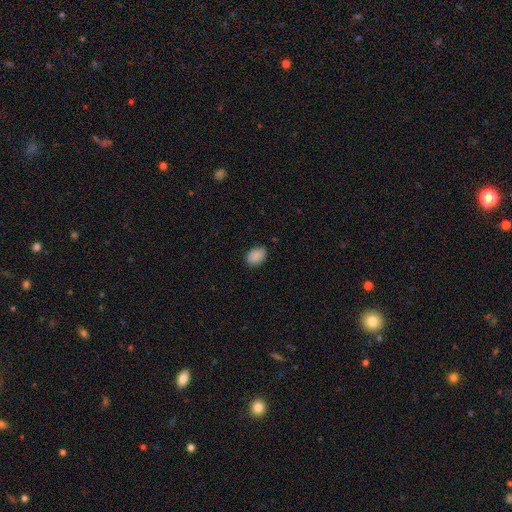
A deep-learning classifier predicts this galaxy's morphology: Smooth or featured? Predicted: smooth (p=0.89). How rounded? Predicted: in between (p=0.79). Merging? Predicted: none (p=0.81).